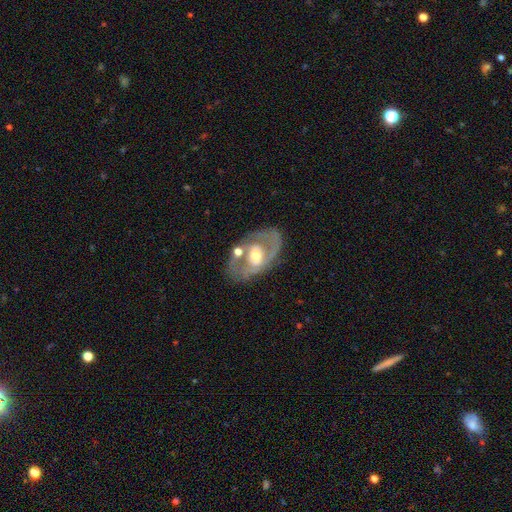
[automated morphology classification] A featured or disk galaxy (74%) with no bar (50%), spiral arms (60%) and a moderate central bulge (64%). Merging: none (58%).